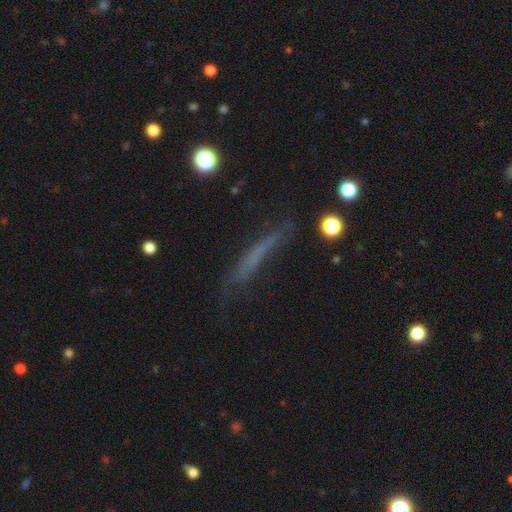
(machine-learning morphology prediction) This appears to be a smooth galaxy with no disk features (48%). Merging: none (65%).